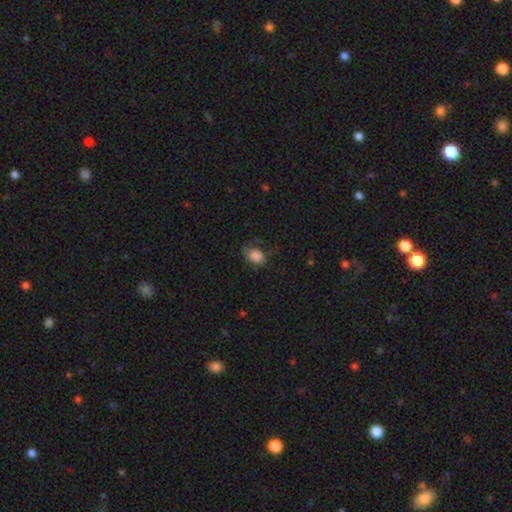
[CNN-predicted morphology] smooth_or_featured: smooth (p=0.83) [alt: star or artifact p=0.09]
how_rounded: in between (p=0.69) [alt: round p=0.29]
merging: none (p=0.58) [alt: minor disturbance p=0.27]